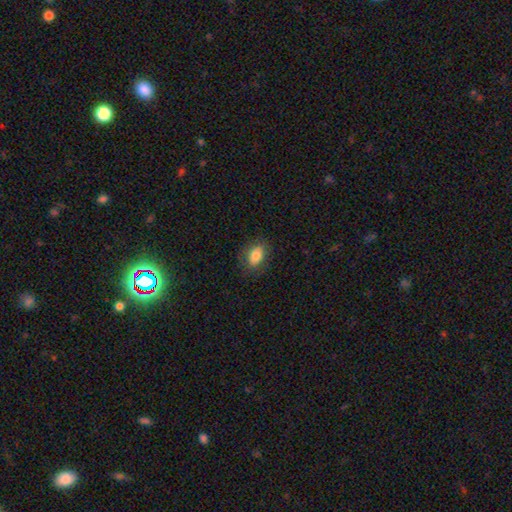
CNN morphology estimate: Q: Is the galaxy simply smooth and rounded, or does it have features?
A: smooth — 80%.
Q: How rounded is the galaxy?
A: in between — 82%.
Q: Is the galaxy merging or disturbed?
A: none — 80%.